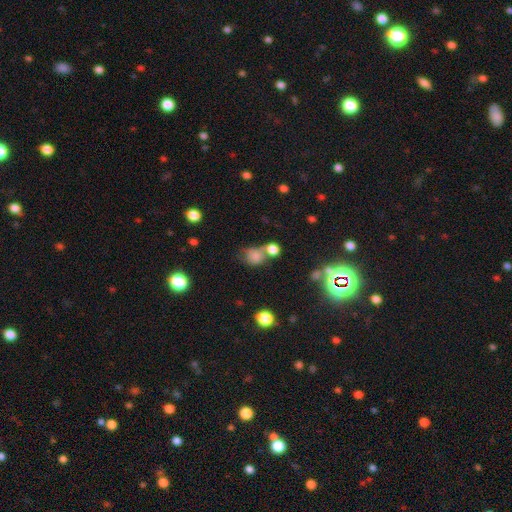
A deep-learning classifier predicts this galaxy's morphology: The model was most divided on "merging": merger: 42%, none: 34%, minor disturbance: 15%, major disturbance: 9%. More confident: smooth or featured — smooth (72%); how rounded — round (68%).